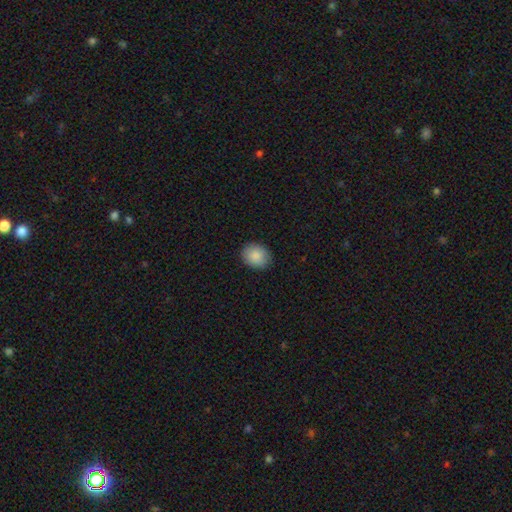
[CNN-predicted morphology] smooth_or_featured: smooth (p=0.88) [alt: star or artifact p=0.07]
how_rounded: round (p=0.61) [alt: in between p=0.38]
merging: none (p=0.88) [alt: minor disturbance p=0.09]